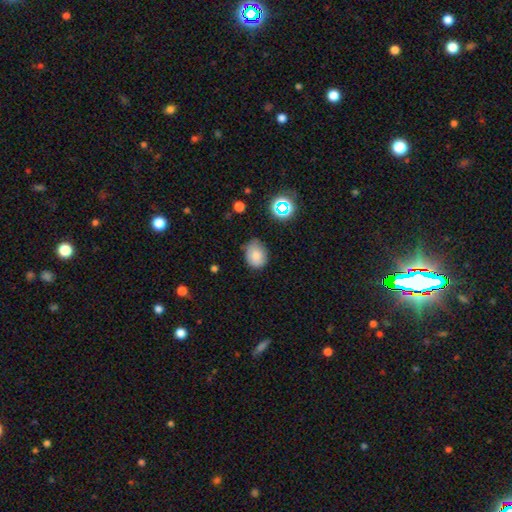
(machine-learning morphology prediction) Smooth or featured? smooth (80%)
How rounded? in between (55%)
Merging? none (68%)